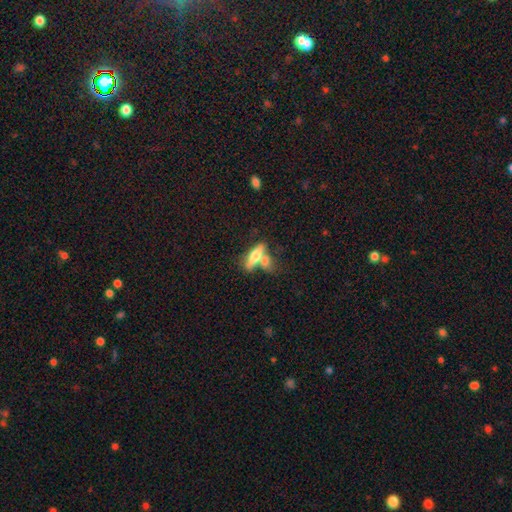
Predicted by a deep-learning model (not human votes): Smooth or featured: smooth — 60% (featured or disk — 33%)
How rounded: cigar-shaped — 59% (in between — 37%)
Merging: none — 43% (merger — 42%)